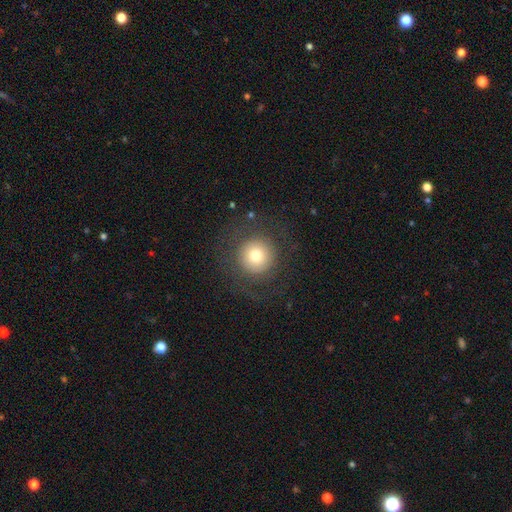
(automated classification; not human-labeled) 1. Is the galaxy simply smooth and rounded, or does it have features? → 71% smooth, 18% featured or disk, 11% star or artifact.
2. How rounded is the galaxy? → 96% round, 3% in between, 1% cigar-shaped.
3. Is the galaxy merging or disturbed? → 82% none, 9% minor disturbance, 9% major disturbance, 1% merger.